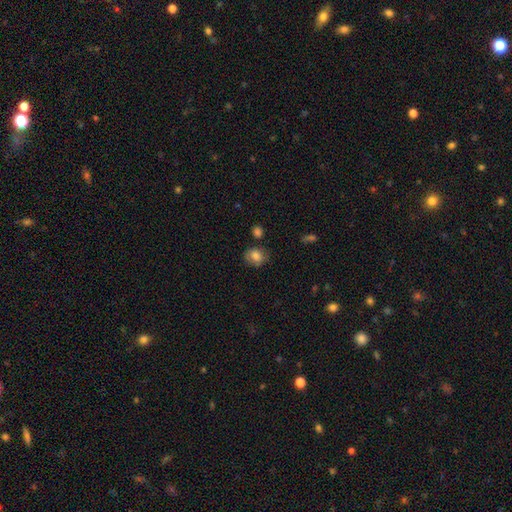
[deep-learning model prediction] Morphology: type=smooth (80%); roundness=round (61%); merging=none (74%).